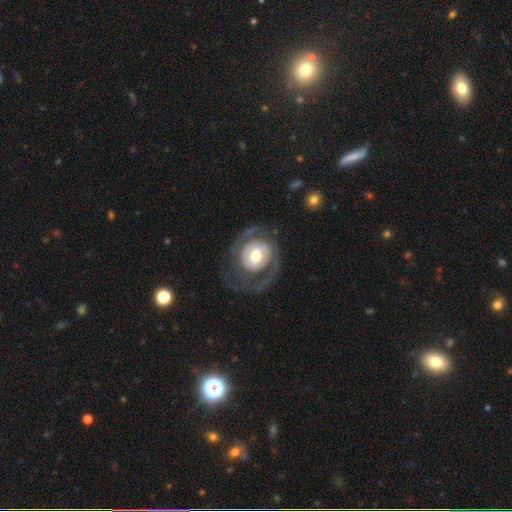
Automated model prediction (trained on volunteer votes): smooth-or-featured: featured or disk: 71% | smooth: 24% | star or artifact: 5%
  disk-edge-on: no: 97% | yes: 3%
    bar: no: 53% | weak: 33% | strong: 14%
    has-spiral-arms: yes: 68% | no: 32%
    bulge-size: moderate: 63% | large: 22% | small: 12% | dominant: 2% | none: 1%
  merging: none: 66% | major disturbance: 18% | minor disturbance: 14% | merger: 1%